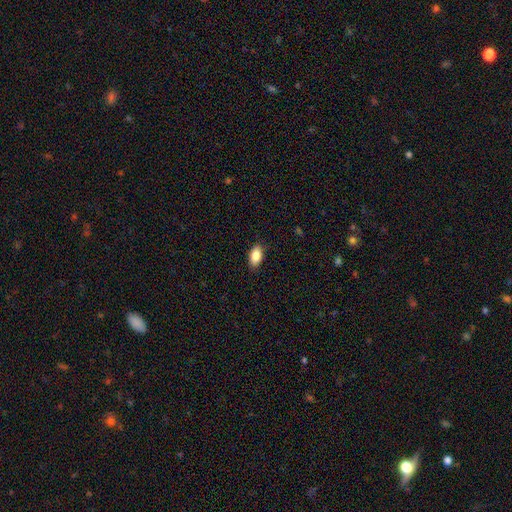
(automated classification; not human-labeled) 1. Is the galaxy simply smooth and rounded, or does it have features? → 86% smooth, 7% star or artifact, 7% featured or disk.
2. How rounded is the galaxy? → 91% in between, 5% round, 3% cigar-shaped.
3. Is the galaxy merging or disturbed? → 87% none, 10% minor disturbance, 2% major disturbance, 1% merger.